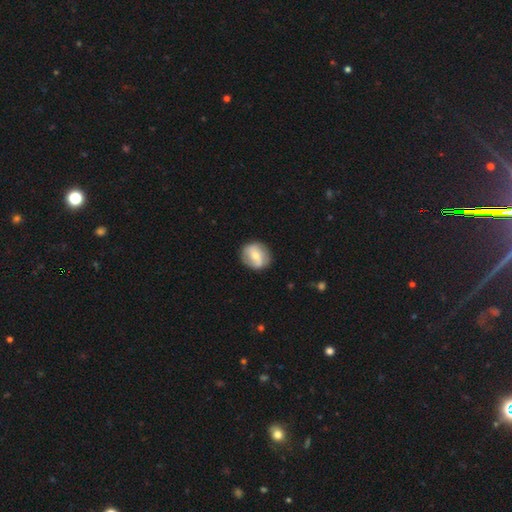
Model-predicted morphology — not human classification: This is possibly a featured or disk galaxy (51%). It is clearly not viewed edge-on (95%). Merging: clearly none (82%).